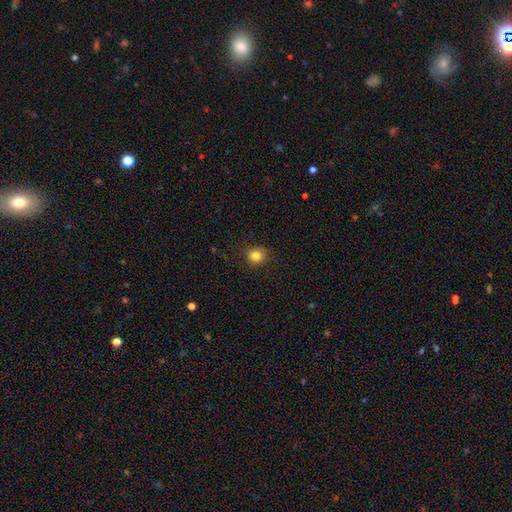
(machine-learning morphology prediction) Smooth or featured: smooth — 82% (star or artifact — 13%)
How rounded: round — 87% (in between — 12%)
Merging: none — 89% (minor disturbance — 8%)